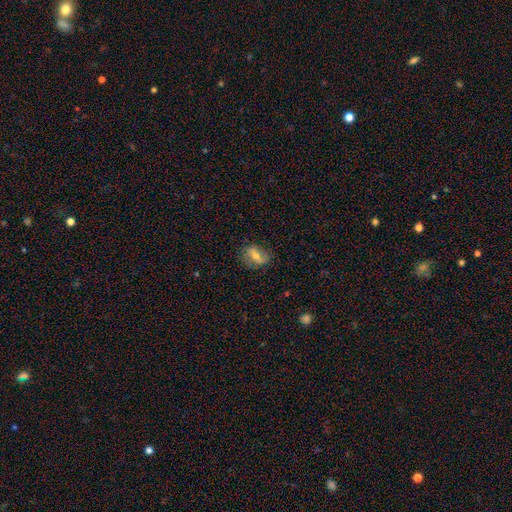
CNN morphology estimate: This appears to be a featured or disk galaxy (47%). Merging: none (73%).